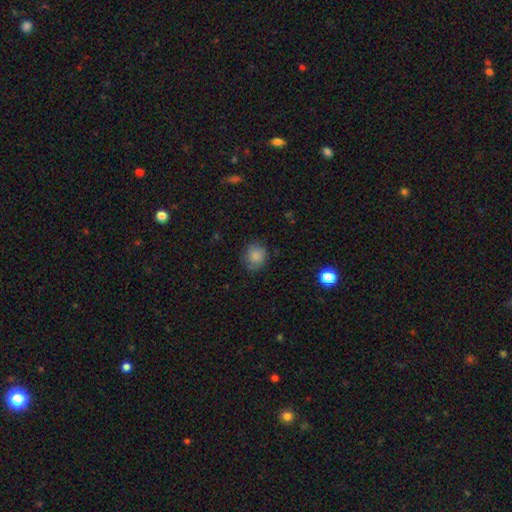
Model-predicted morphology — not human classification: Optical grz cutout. It shows a smooth galaxy with no disk features (84%) that is round (79%). Merging: none (76%).